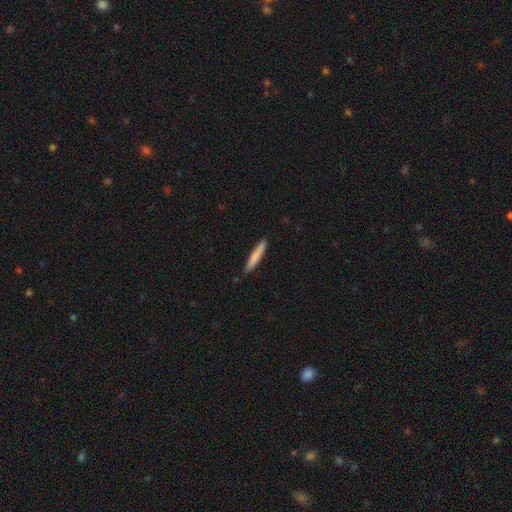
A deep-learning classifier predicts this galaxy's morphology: smooth-or-featured: smooth: 80% | featured or disk: 15% | star or artifact: 6%
  how-rounded: cigar-shaped: 94% | in between: 5% | round: 1%
  merging: none: 86% | minor disturbance: 11% | major disturbance: 2% | merger: 1%